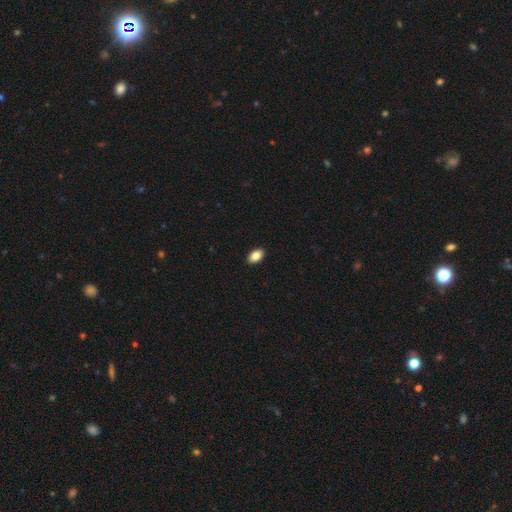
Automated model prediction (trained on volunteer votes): smooth_or_featured: smooth (p=0.87) [alt: star or artifact p=0.08]
how_rounded: in between (p=0.91) [alt: round p=0.07]
merging: none (p=0.91) [alt: minor disturbance p=0.06]